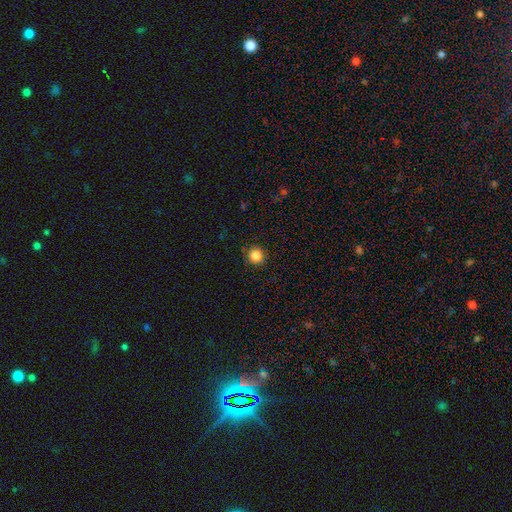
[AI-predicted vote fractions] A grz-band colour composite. It shows a smooth galaxy with no disk features (86%) that is round (94%). Merging: none (90%).